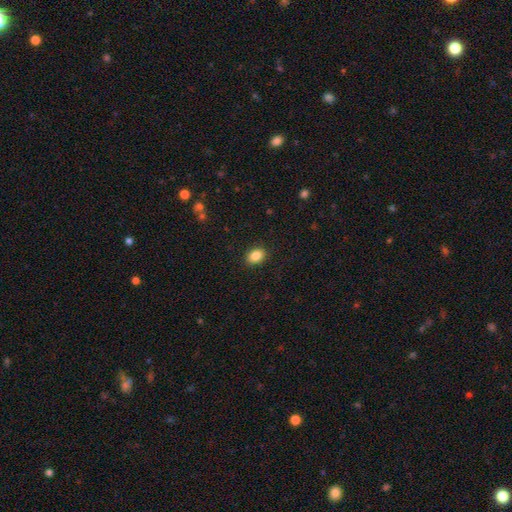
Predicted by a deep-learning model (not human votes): Smooth or featured? Predicted: smooth (p=0.87). How rounded? Predicted: in between (p=0.74). Merging? Predicted: none (p=0.89).